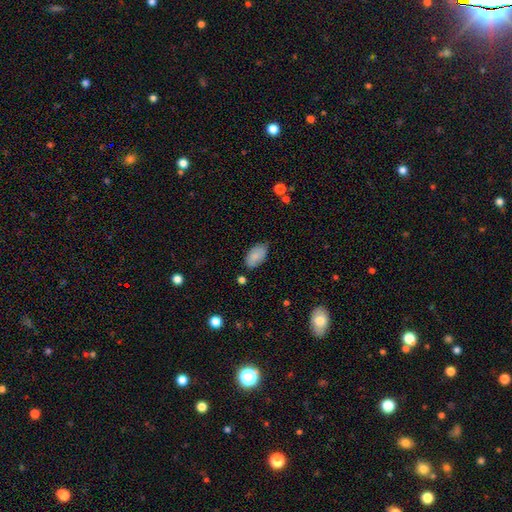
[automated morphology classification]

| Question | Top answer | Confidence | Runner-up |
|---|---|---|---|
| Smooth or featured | smooth | 85% | featured or disk (9%) |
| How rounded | in between | 95% | round (3%) |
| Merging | none | 76% | minor disturbance (18%) |